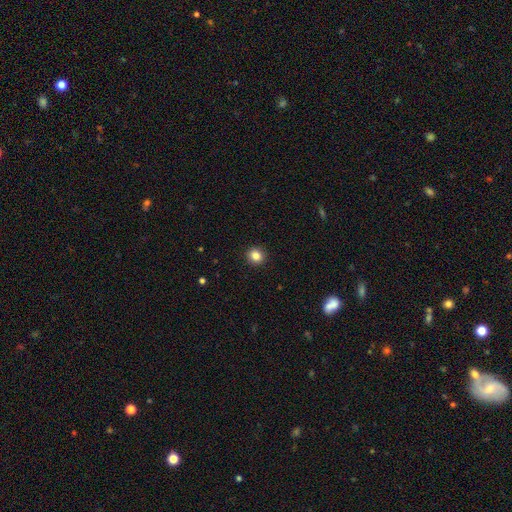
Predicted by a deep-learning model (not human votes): Overall: smooth (84%). How rounded: round (90%). Merging: none (93%).